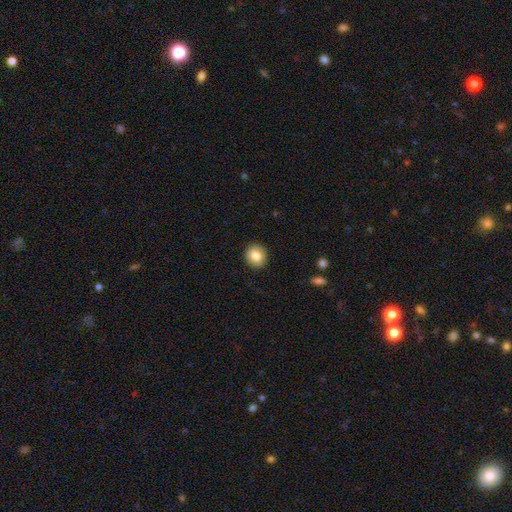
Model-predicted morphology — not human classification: The model was most divided on "how rounded": round: 74%, in between: 26%, cigar-shaped: 1%. More confident: merging — none (91%); smooth or featured — smooth (82%).